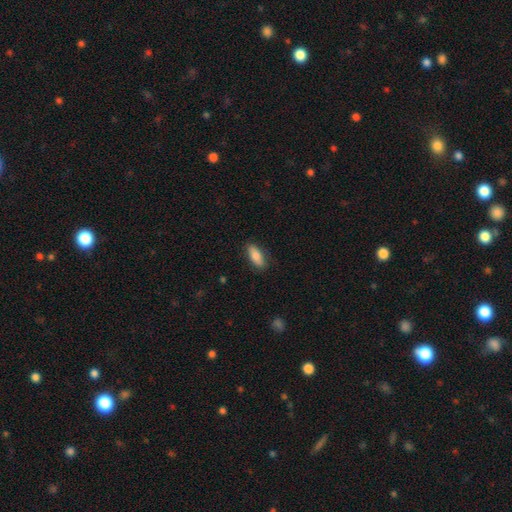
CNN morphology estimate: Smooth or featured? Predicted: smooth (p=0.83). How rounded? Predicted: in between (p=0.78). Merging? Predicted: none (p=0.83).